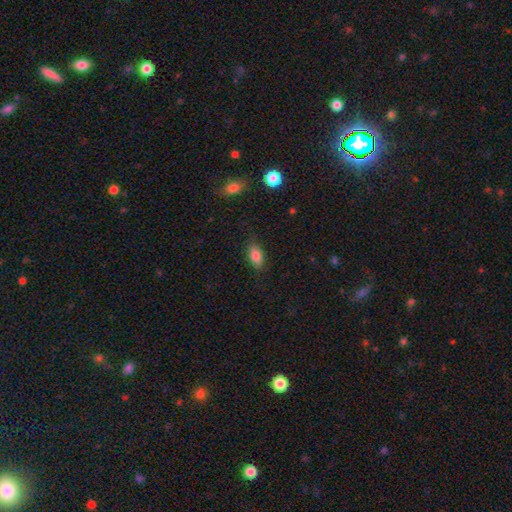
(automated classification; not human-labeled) Overall: smooth (84%). How rounded: in between (89%). Merging: none (82%).